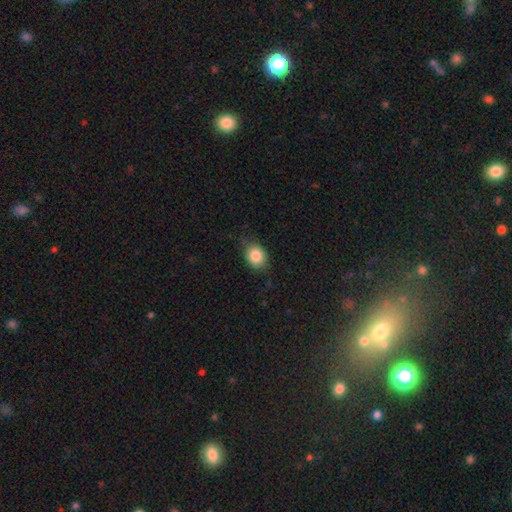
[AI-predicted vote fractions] This appears to be a smooth galaxy with no disk features (85%) that is in between round and cigar-shaped (54%). Merging: none (75%).